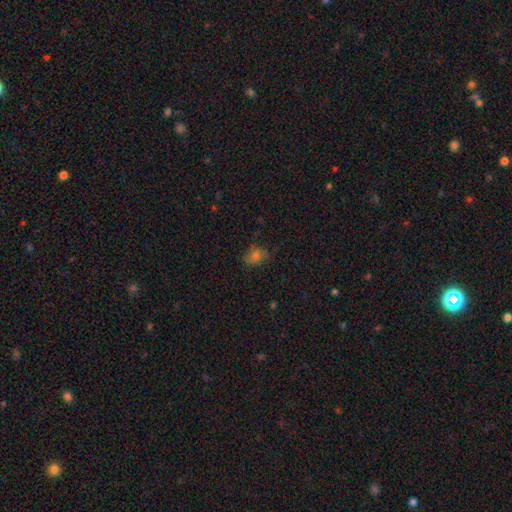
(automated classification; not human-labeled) Smooth or featured?
  - smooth: 57% *
  - featured or disk: 25%
  - star or artifact: 18%
How rounded?
  - in between: 59% *
  - round: 39%
  - cigar-shaped: 2%
Merging?
  - none: 71% *
  - minor disturbance: 21%
  - major disturbance: 7%
  - merger: 1%